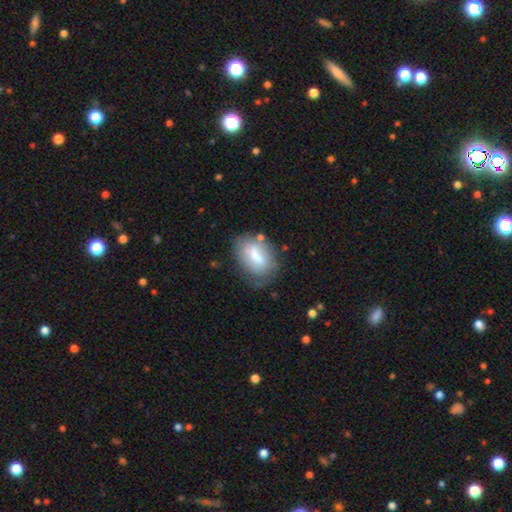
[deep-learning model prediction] A smooth galaxy with no disk features (56%) that is in between round and cigar-shaped (85%). Merging: none (53%).